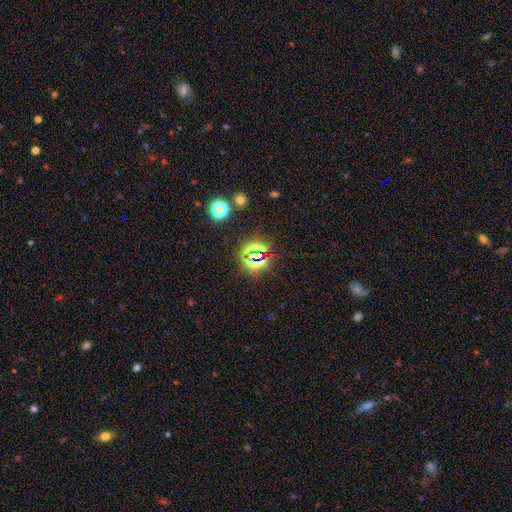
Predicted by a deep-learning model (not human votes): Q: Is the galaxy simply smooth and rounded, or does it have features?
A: star or artifact — 75%.